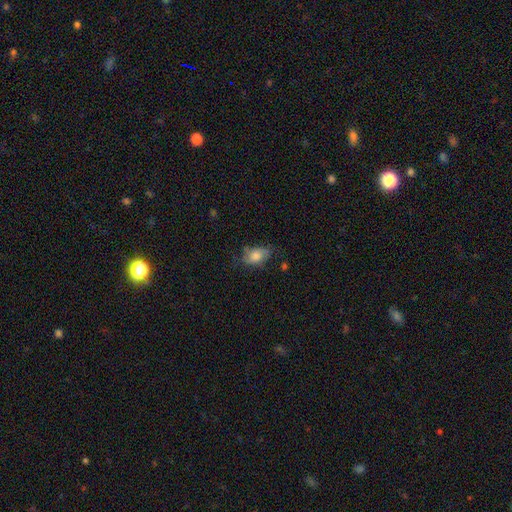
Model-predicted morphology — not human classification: smooth_or_featured: smooth (p=0.70) [alt: featured or disk p=0.21]
how_rounded: in between (p=0.86) [alt: round p=0.11]
merging: none (p=0.57) [alt: minor disturbance p=0.29]